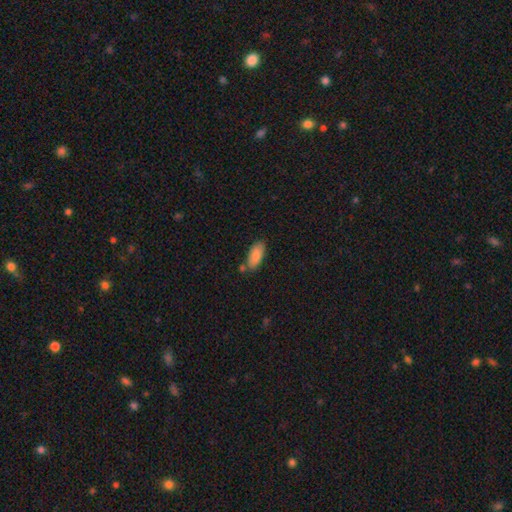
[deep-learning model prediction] The model was most divided on "merging": none: 71%, minor disturbance: 16%, merger: 9%, major disturbance: 3%. More confident: smooth or featured — smooth (86%); how rounded — in between (85%).